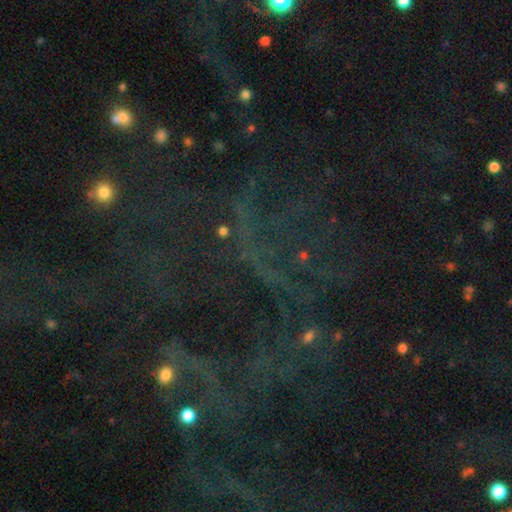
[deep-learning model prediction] Overall: star or artifact (74%).